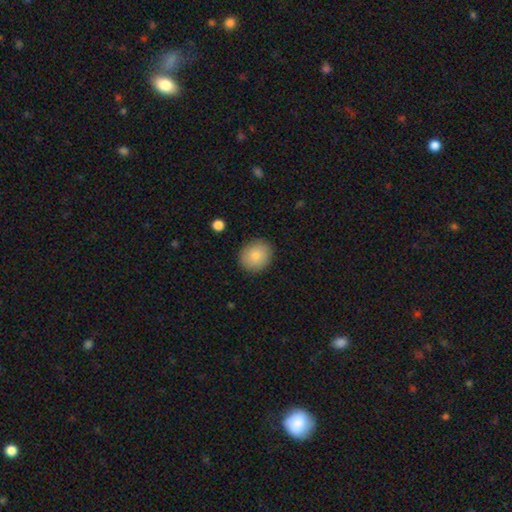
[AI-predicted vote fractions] Smooth or featured? Predicted: smooth (p=0.85). How rounded? Predicted: round (p=0.73). Merging? Predicted: none (p=0.88).